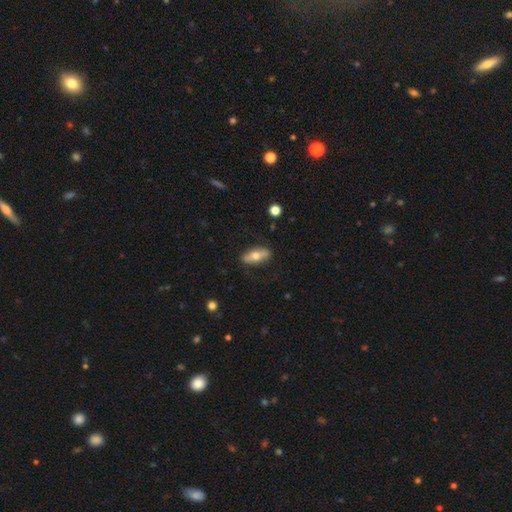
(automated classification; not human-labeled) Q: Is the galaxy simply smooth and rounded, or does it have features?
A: smooth — 57%.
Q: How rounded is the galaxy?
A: in between — 71%.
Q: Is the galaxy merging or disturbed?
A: none — 85%.